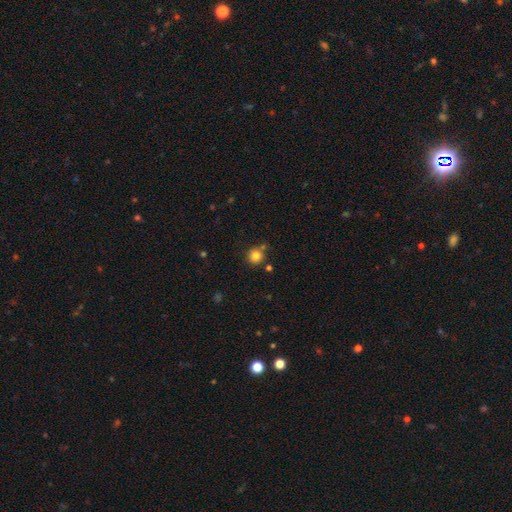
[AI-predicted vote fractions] Morphology: type=smooth (82%); roundness=round (91%); merging=none (75%).